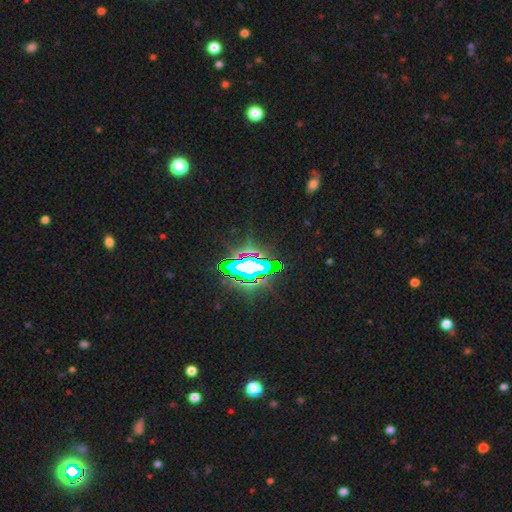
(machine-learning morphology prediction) Smooth or featured? Predicted: star or artifact (p=0.74).